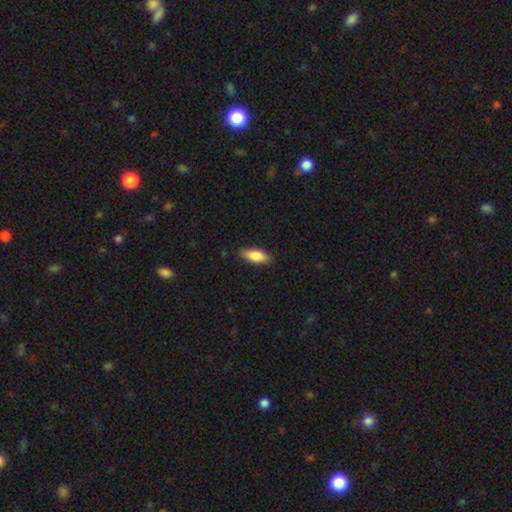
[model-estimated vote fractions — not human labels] smooth-or-featured: smooth: 82% | featured or disk: 11% | star or artifact: 6%
  how-rounded: in between: 79% | cigar-shaped: 19% | round: 2%
  merging: none: 86% | minor disturbance: 11% | major disturbance: 2% | merger: 1%